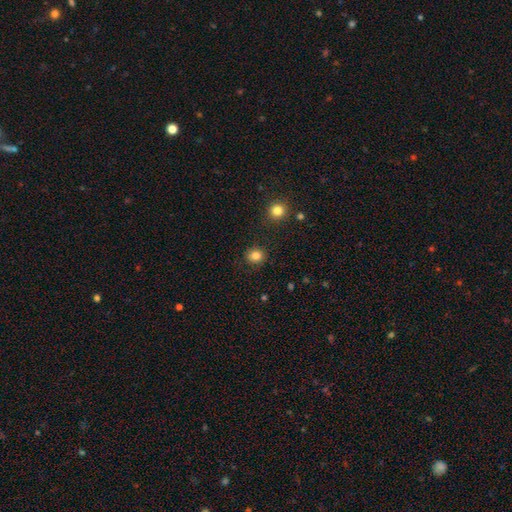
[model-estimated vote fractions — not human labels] Morphology: type=smooth (82%); roundness=round (81%); merging=none (88%).